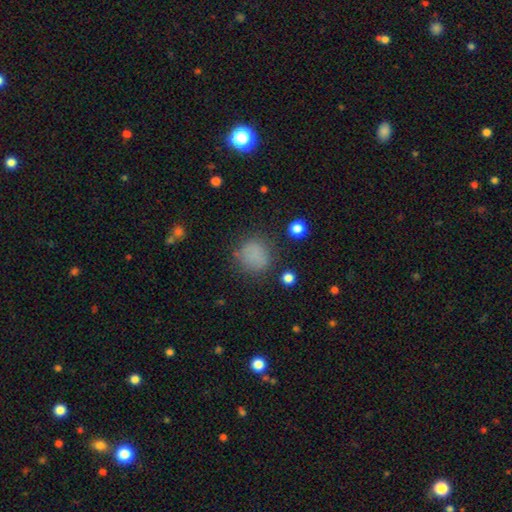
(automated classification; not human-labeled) smooth_or_featured: smooth (p=0.78) [alt: star or artifact p=0.15]
how_rounded: round (p=0.81) [alt: in between p=0.18]
merging: none (p=0.73) [alt: minor disturbance p=0.16]